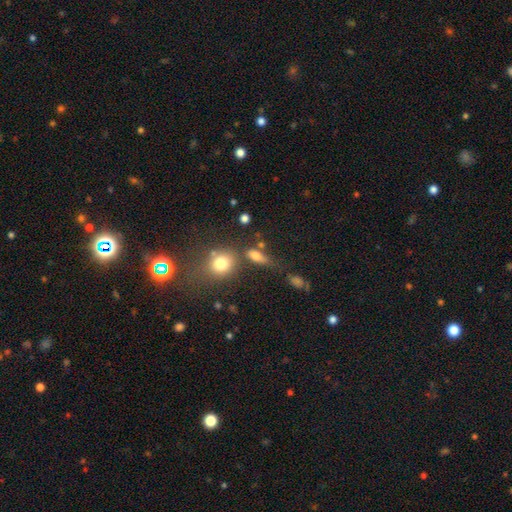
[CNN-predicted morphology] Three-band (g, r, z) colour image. It shows a smooth galaxy with no disk features (73%) that is in between round and cigar-shaped (62%). Merging: none (52%).